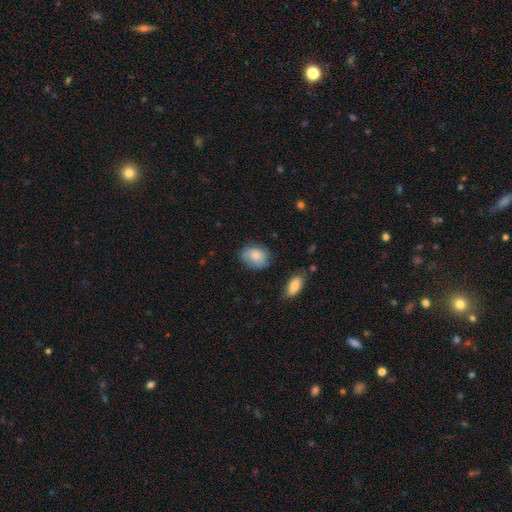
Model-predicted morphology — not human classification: Overall: smooth (77%). How rounded: in between (61%; round 38%). Merging: none (66%).